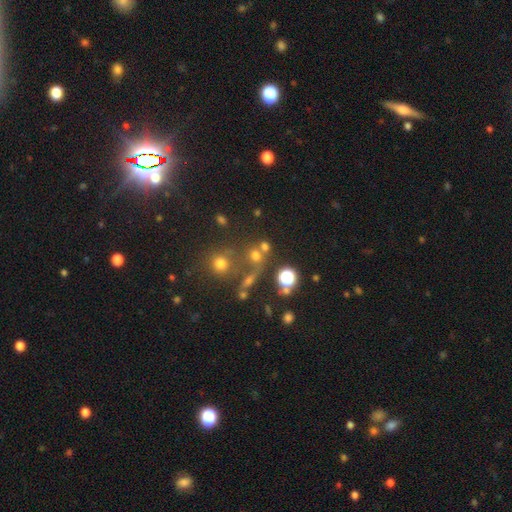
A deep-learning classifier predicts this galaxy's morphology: Smooth or featured?
  - smooth: 56% *
  - star or artifact: 29%
  - featured or disk: 15%
How rounded?
  - round: 84% *
  - in between: 14%
  - cigar-shaped: 2%
Merging?
  - none: 52% *
  - merger: 32%
  - minor disturbance: 9%
  - major disturbance: 8%